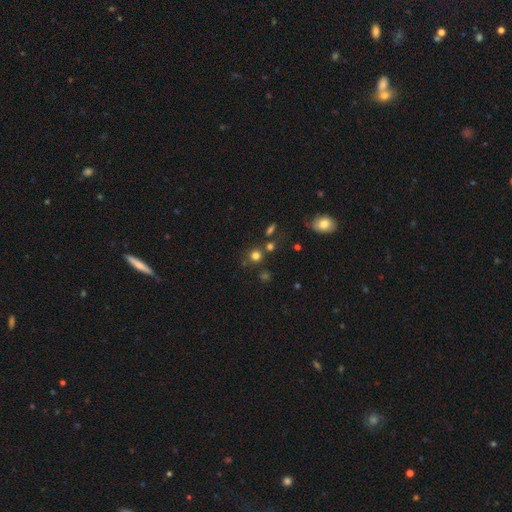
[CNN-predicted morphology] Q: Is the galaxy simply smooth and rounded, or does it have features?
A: smooth — 72%.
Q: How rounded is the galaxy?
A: round — 90%.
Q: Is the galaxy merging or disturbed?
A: none — 74%.